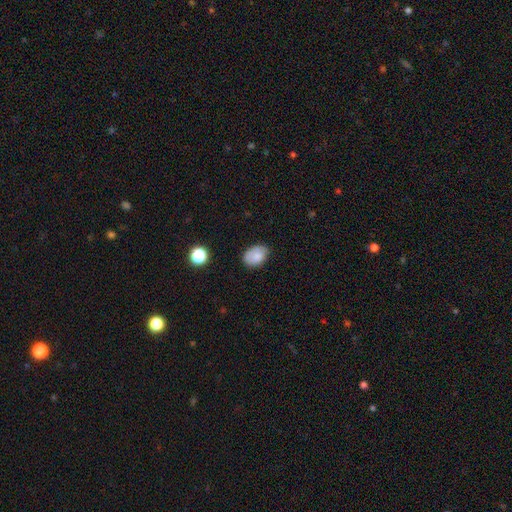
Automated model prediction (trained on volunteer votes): Smooth or featured: smooth — 81% (featured or disk — 11%)
How rounded: in between — 80% (round — 19%)
Merging: none — 71% (minor disturbance — 22%)